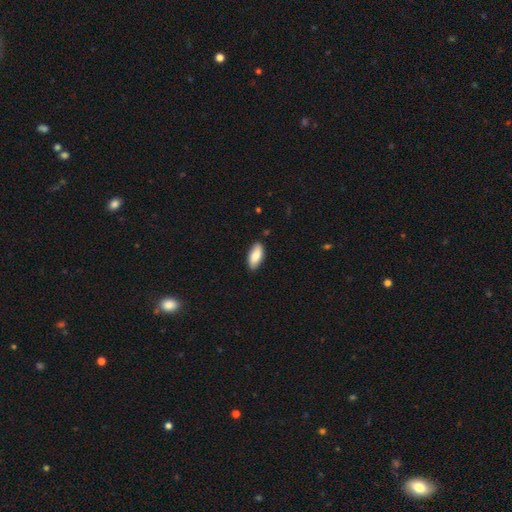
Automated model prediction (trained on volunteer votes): Q: Smooth or featured?
A: smooth (82%); runner-up: featured or disk (12%)
Q: How rounded?
A: in between (88%); runner-up: cigar-shaped (10%)
Q: Merging?
A: none (85%); runner-up: minor disturbance (12%)